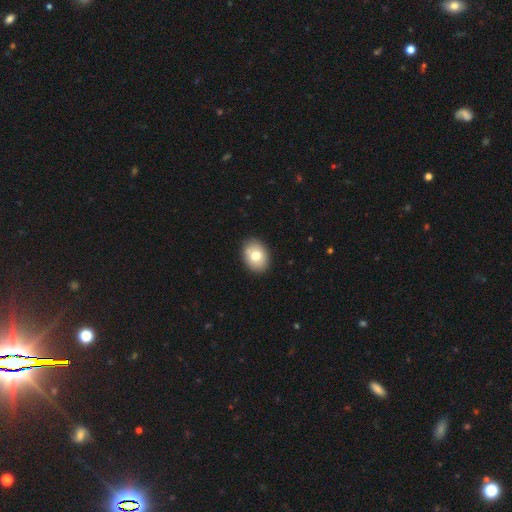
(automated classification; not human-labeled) Smooth or featured?
  - smooth: 75% *
  - featured or disk: 17%
  - star or artifact: 8%
How rounded?
  - in between: 70% *
  - round: 29%
  - cigar-shaped: 1%
Merging?
  - none: 88% *
  - minor disturbance: 9%
  - major disturbance: 2%
  - merger: 1%